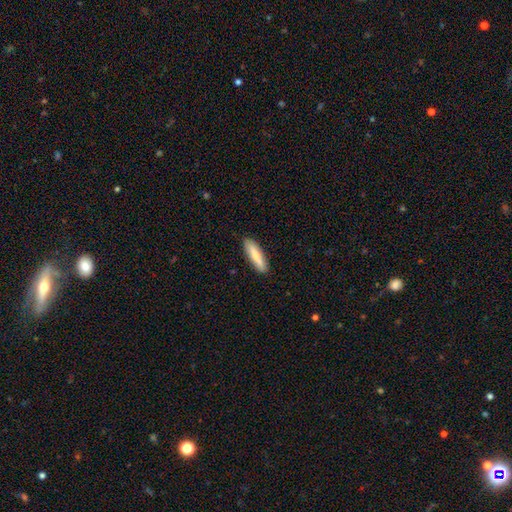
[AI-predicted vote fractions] A smooth galaxy with no disk features (77%) that is cigar-shaped (73%). Merging: none (88%).